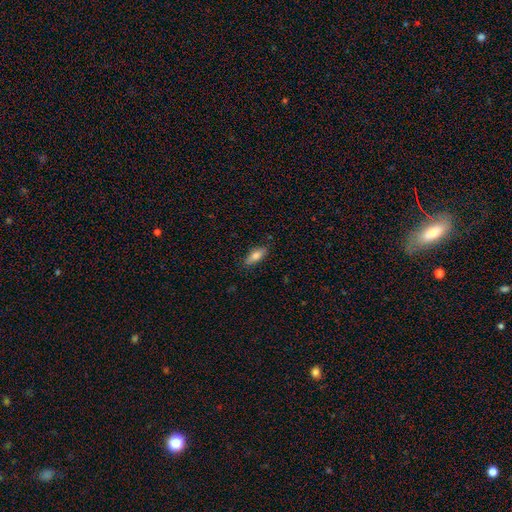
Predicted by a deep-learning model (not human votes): This appears to be a smooth galaxy with no disk features (74%) that is in between round and cigar-shaped (68%). Merging: none (84%).